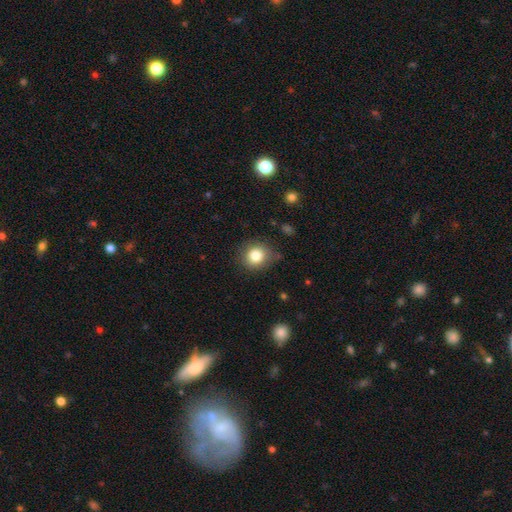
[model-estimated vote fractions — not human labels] This is clearly a smooth galaxy (82%). How rounded: clearly round (80%). Merging: likely none (79%).